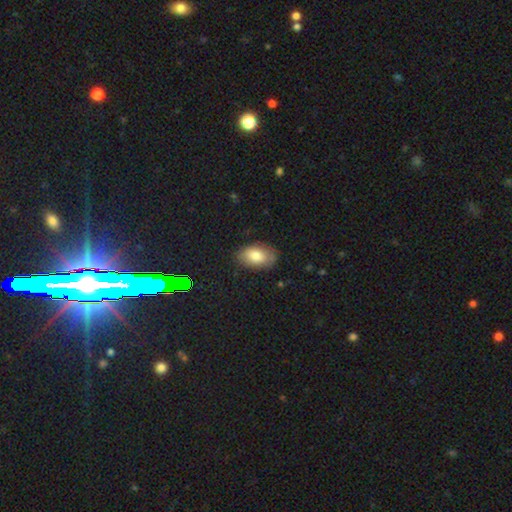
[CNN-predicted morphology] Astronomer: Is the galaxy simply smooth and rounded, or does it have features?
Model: smooth — 80%.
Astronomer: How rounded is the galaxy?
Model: in between — 92%.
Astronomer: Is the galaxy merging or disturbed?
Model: none — 79%.